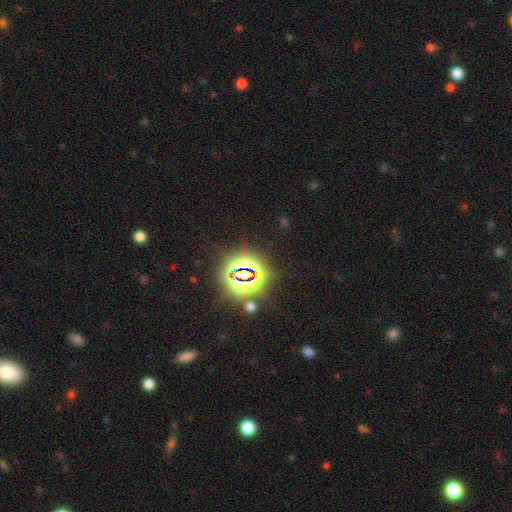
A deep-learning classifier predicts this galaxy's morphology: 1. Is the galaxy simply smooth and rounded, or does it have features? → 79% star or artifact, 13% smooth, 8% featured or disk.